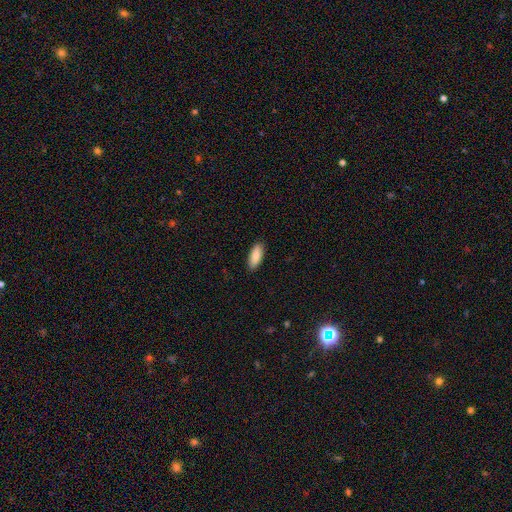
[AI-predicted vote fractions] Q: Smooth or featured?
A: smooth (86%); runner-up: featured or disk (8%)
Q: How rounded?
A: in between (80%); runner-up: cigar-shaped (18%)
Q: Merging?
A: none (89%); runner-up: minor disturbance (9%)